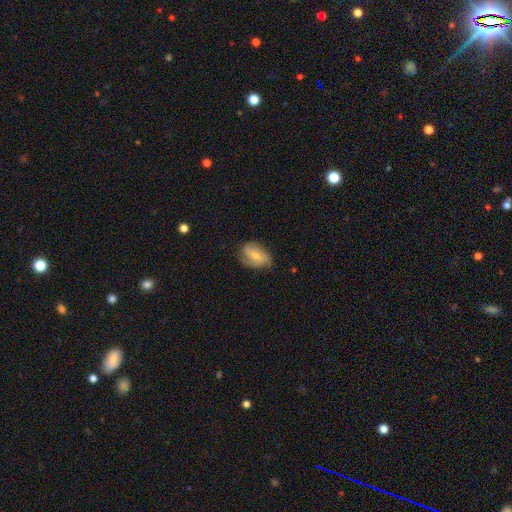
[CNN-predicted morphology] A smooth galaxy with no disk features (48%). Merging: none (60%).